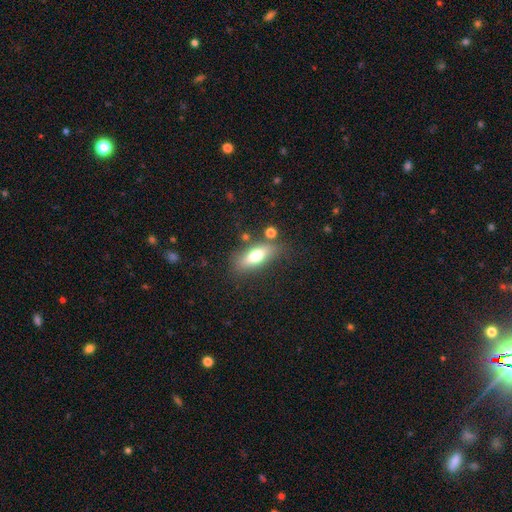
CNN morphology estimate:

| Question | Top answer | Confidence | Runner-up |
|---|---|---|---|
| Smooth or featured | smooth | 62% | featured or disk (30%) |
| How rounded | in between | 65% | cigar-shaped (31%) |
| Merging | none | 75% | minor disturbance (14%) |